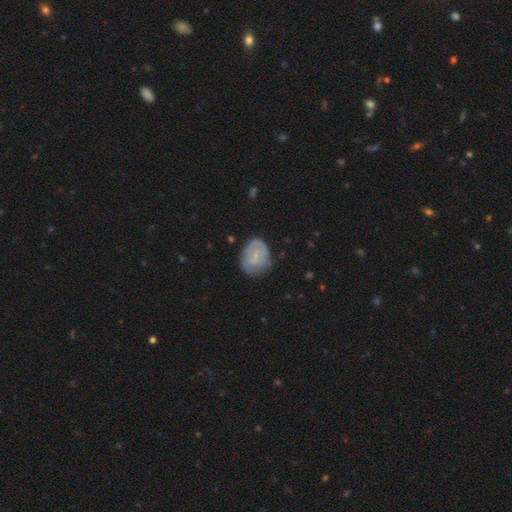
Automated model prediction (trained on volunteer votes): Q: Smooth or featured?
A: smooth (47%); runner-up: featured or disk (46%)
Q: Merging?
A: none (63%); runner-up: minor disturbance (26%)